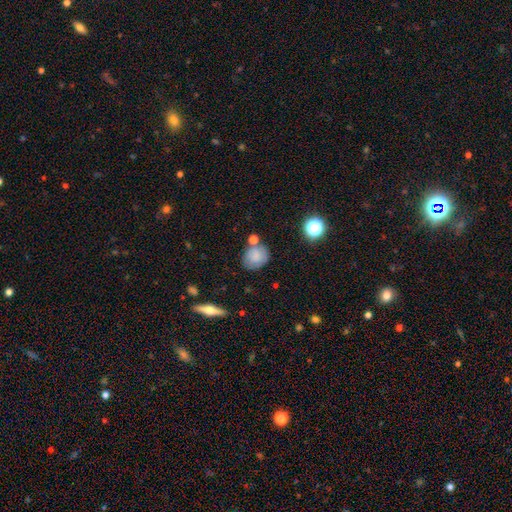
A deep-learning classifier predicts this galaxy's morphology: smooth_or_featured: smooth (p=0.74) [alt: featured or disk p=0.16]
how_rounded: round (p=0.64) [alt: in between p=0.35]
merging: none (p=0.63) [alt: minor disturbance p=0.19]